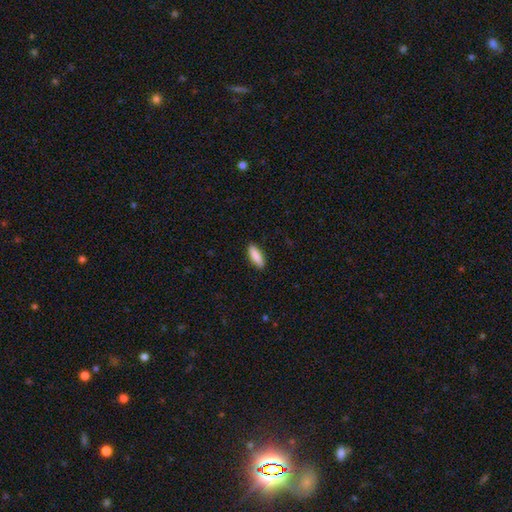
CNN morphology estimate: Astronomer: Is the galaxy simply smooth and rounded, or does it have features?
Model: smooth — 87%.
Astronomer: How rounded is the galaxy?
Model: in between — 60% (runner-up: cigar-shaped, 38%).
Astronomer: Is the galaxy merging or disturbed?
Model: none — 88%.